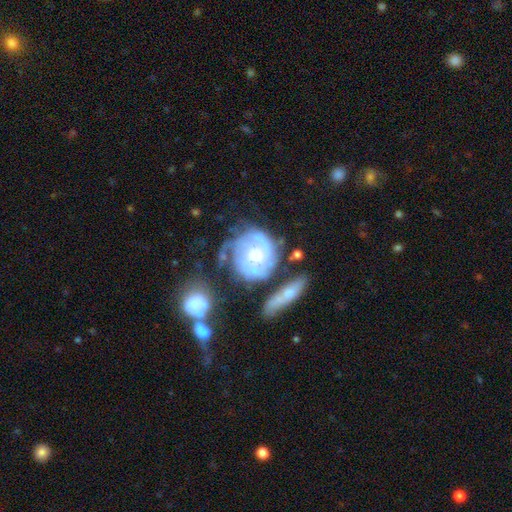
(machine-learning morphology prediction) A featured or disk galaxy (78%) with no bar (75%), tight (66%) spiral arms (83%) and a moderate central bulge (76%). Merging: none (49%).